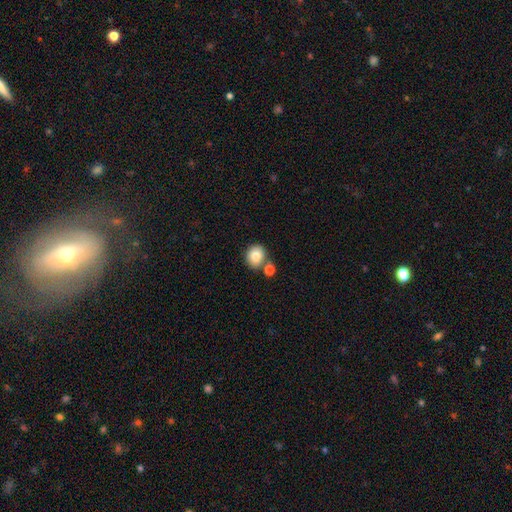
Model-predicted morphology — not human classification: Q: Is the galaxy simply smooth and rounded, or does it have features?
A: smooth — 82%.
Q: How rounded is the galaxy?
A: round — 76%.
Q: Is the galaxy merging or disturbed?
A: none — 66%.